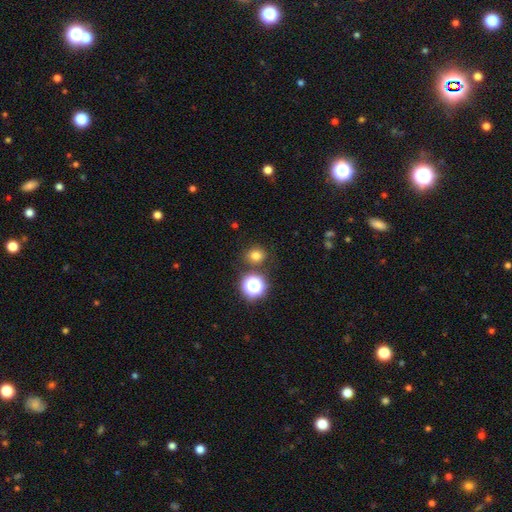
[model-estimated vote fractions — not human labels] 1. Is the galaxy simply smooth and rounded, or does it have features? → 75% smooth, 19% star or artifact, 6% featured or disk.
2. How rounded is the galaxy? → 72% round, 27% in between, 1% cigar-shaped.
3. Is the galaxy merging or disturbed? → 82% none, 9% minor disturbance, 6% merger, 3% major disturbance.